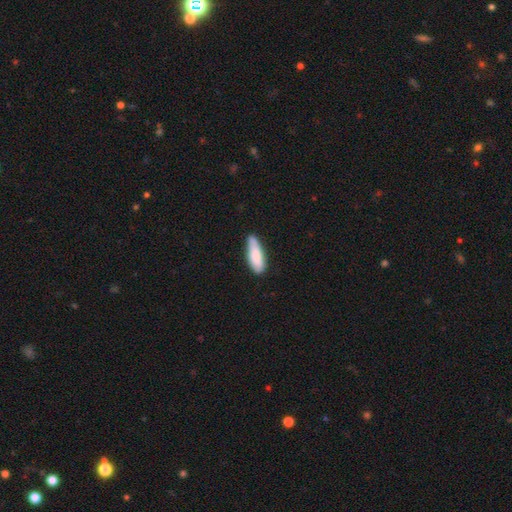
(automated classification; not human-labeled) Q: Smooth or featured?
A: smooth (84%); runner-up: featured or disk (10%)
Q: How rounded?
A: in between (50%); runner-up: cigar-shaped (49%)
Q: Merging?
A: none (63%); runner-up: minor disturbance (28%)